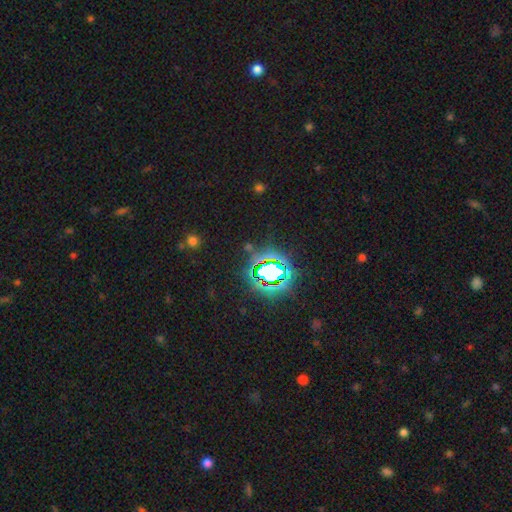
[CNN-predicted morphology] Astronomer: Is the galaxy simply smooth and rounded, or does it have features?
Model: star or artifact — 73%.